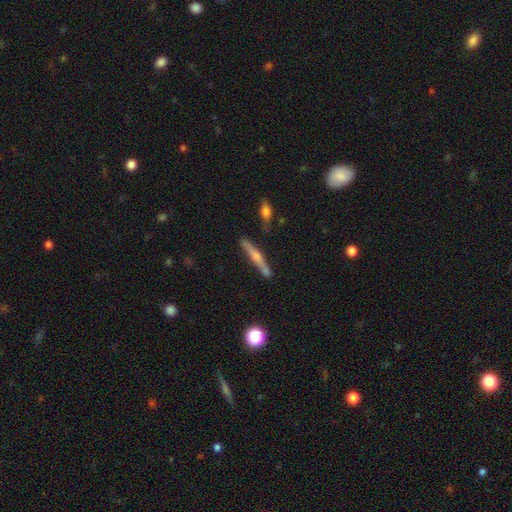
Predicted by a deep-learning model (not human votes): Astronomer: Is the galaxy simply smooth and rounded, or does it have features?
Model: featured or disk — 47% (runner-up: smooth, 46%).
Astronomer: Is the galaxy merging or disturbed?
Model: none — 75%.